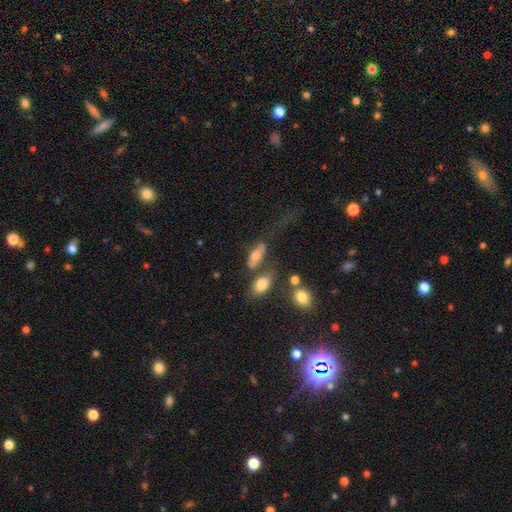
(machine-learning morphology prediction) smooth 65%, featured or disk 25%, star or artifact 9%. Down the decision tree: how rounded — in between (73%); merging — none (44%).